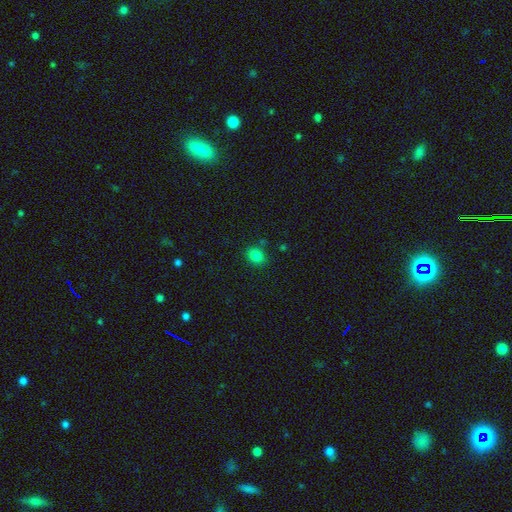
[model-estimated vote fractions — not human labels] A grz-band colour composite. It shows a smooth galaxy with no disk features (81%) that is round (56%). Merging: none (81%).